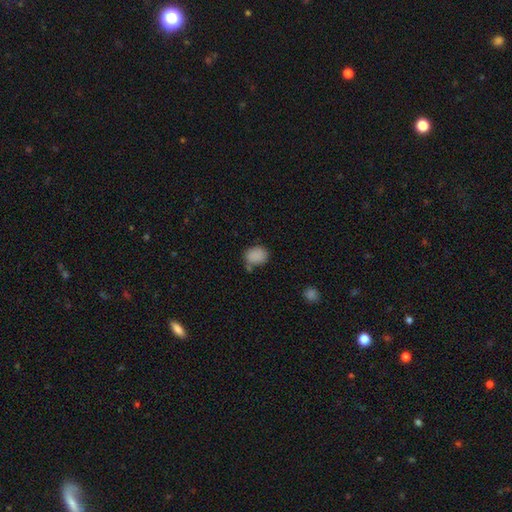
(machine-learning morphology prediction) type=smooth (86%); roundness=in between (52%); merging=none (64%).